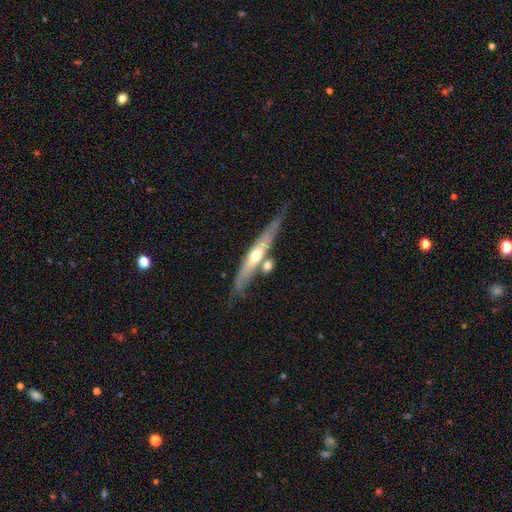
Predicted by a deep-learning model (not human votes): Smooth or featured? featured or disk (63%)
Edge-on disk? yes (86%)
Edge-on bulge? rounded (82%)
Merging? none (59%)